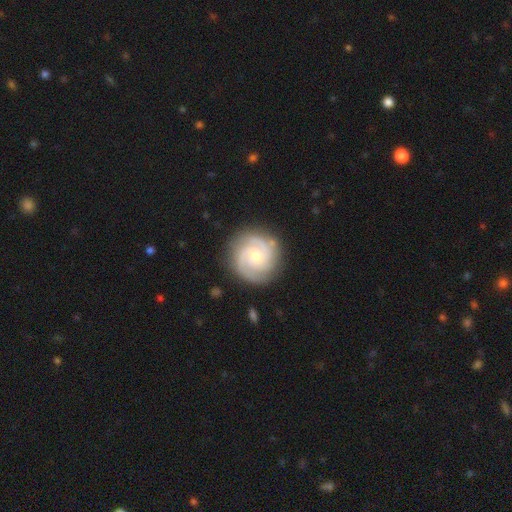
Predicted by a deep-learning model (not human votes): Smooth or featured? featured or disk (85%)
Edge-on disk? no (98%)
Bar? no (61%)
Spiral arms? yes (97%)
Spiral winding? tight (56%)
Spiral arm count? 2 (51%)
Bulge size? moderate (57%)
Merging? none (85%)